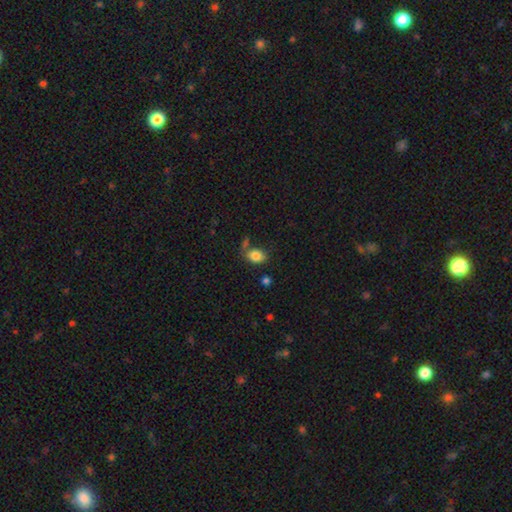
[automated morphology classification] The model was most divided on "merging": none: 62%, minor disturbance: 18%, merger: 14%, major disturbance: 7%. More confident: smooth or featured — smooth (83%); how rounded — in between (76%).